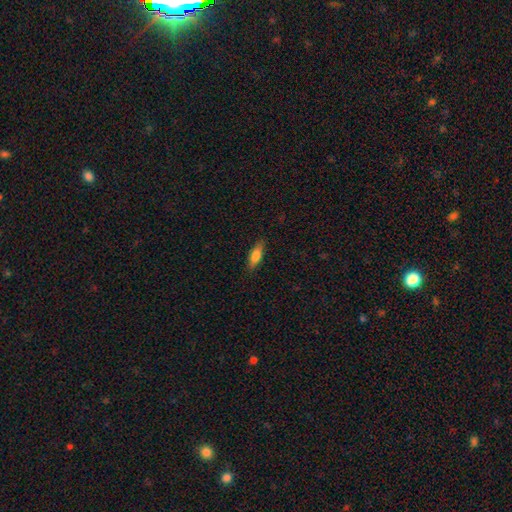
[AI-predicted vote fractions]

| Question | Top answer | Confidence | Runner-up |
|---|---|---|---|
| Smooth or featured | smooth | 77% | featured or disk (17%) |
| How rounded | in between | 55% | cigar-shaped (42%) |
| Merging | none | 85% | minor disturbance (11%) |